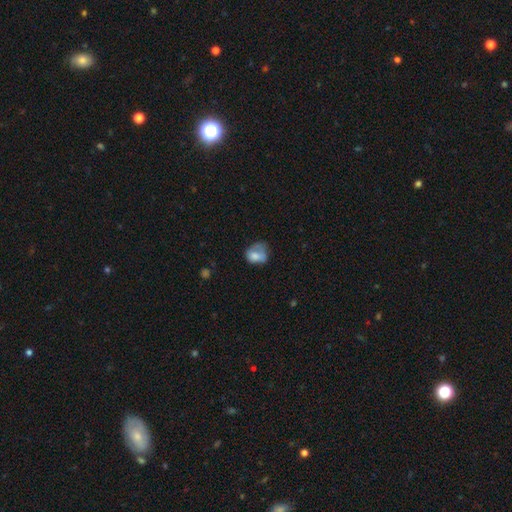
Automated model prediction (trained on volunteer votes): smooth-or-featured: smooth: 68% | featured or disk: 22% | star or artifact: 10%
  how-rounded: in between: 57% | round: 42% | cigar-shaped: 1%
  merging: major disturbance: 34% | minor disturbance: 32% | none: 28% | merger: 6%